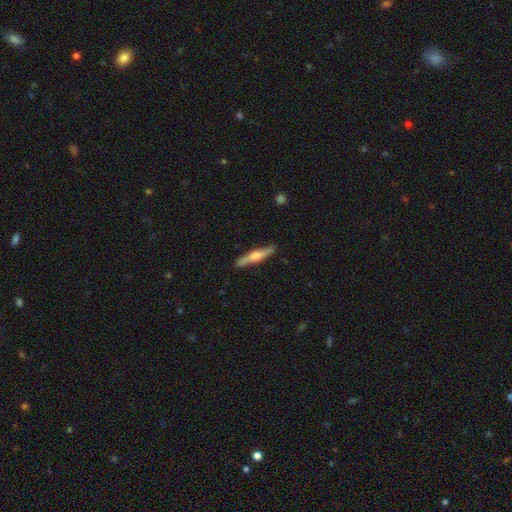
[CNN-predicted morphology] A featured or disk galaxy (51%) viewed edge-on (92%).

Vote fractions:
- Smooth or featured? featured or disk: 51% / smooth: 43% / star or artifact: 5%
- Edge-on disk? yes: 92% / no: 8%
- Merging? none: 86% / minor disturbance: 11% / major disturbance: 2% / merger: 1%